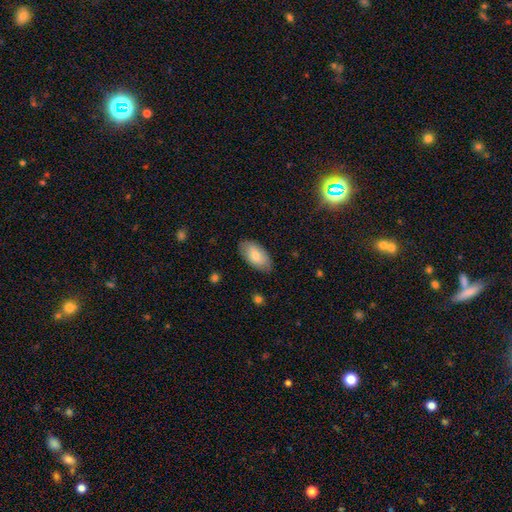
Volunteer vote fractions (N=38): Smooth or featured: smooth — 79% (featured or disk — 16%)
How rounded: in between — 97% (round — 3%)
Merging: none — 86% (minor disturbance — 11%)